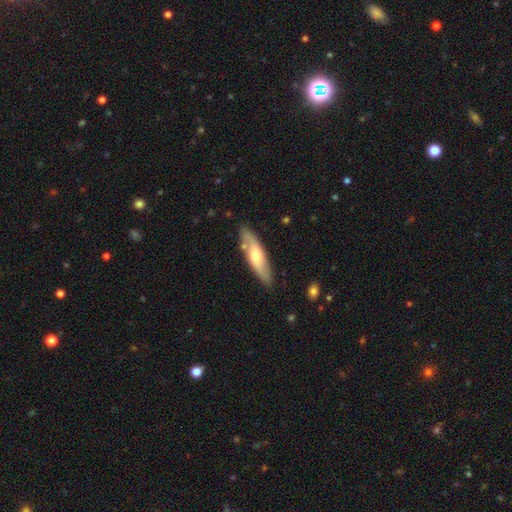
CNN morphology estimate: Smooth or featured? Predicted: smooth (p=0.49). Merging? Predicted: none (p=0.81).